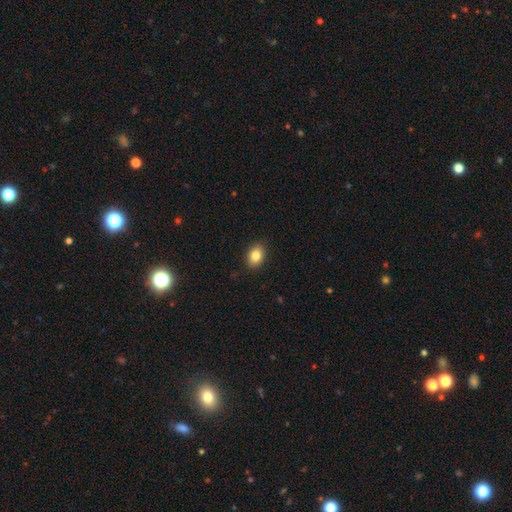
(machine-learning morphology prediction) Smooth or featured: smooth — 85% (star or artifact — 9%)
How rounded: in between — 74% (round — 25%)
Merging: none — 88% (minor disturbance — 9%)